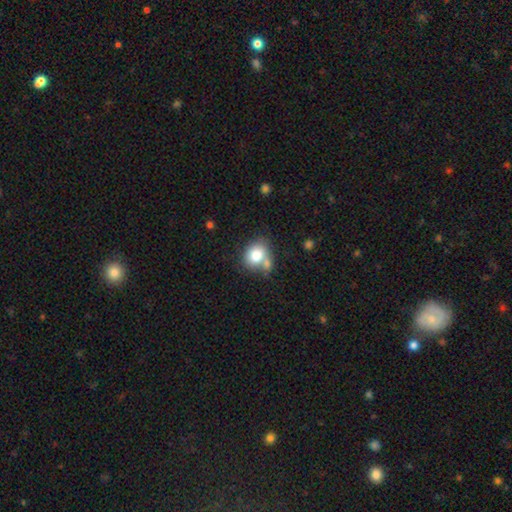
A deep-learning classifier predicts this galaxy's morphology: Smooth or featured: smooth — 79% (featured or disk — 12%)
How rounded: round — 56% (in between — 43%)
Merging: none — 48% (merger — 31%)